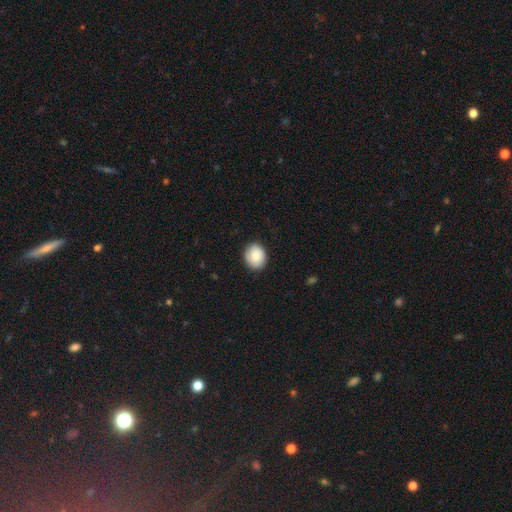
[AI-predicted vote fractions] smooth-or-featured: smooth: 81% | featured or disk: 11% | star or artifact: 7%
  how-rounded: round: 61% | in between: 38% | cigar-shaped: 1%
  merging: none: 87% | minor disturbance: 10% | major disturbance: 2% | merger: 1%